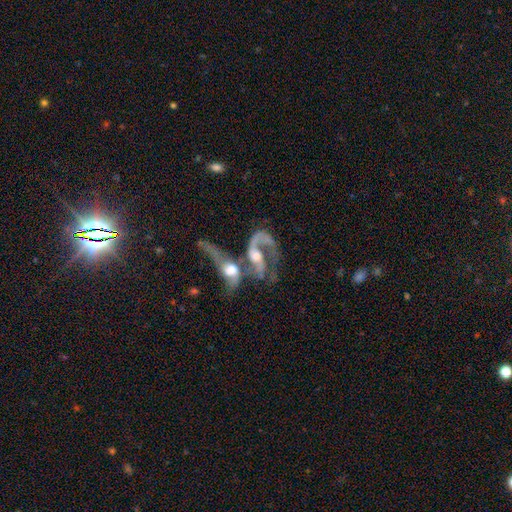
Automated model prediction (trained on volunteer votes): Smooth or featured? featured or disk (76%)
Edge-on disk? no (87%)
Bar? no (49%)
Spiral arms? yes (80%)
Spiral winding? loose (48%)
Spiral arm count? 2 (65%)
Bulge size? moderate (54%)
Merging? merger (61%)